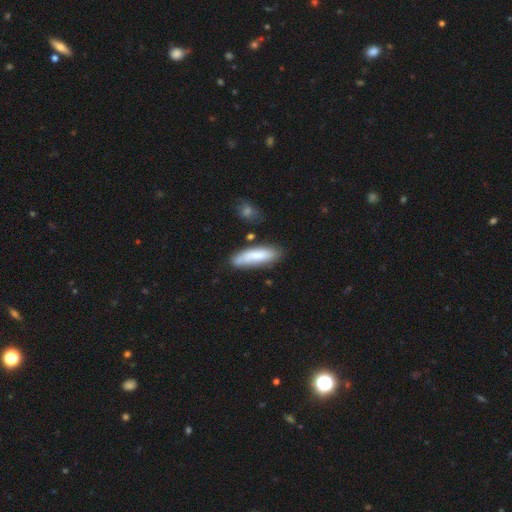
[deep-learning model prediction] Morphology: type=smooth (70%); roundness=cigar-shaped (50%); merging=none (68%).